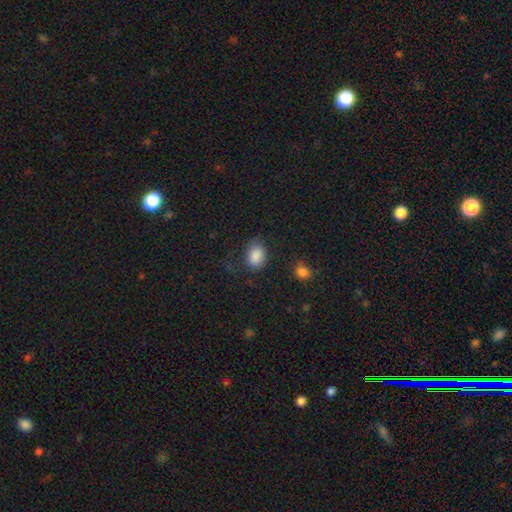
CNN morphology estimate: Smooth or featured?
  - smooth: 86% *
  - star or artifact: 9%
  - featured or disk: 5%
How rounded?
  - in between: 75% *
  - round: 24%
  - cigar-shaped: 1%
Merging?
  - none: 67% *
  - minor disturbance: 21%
  - major disturbance: 9%
  - merger: 3%